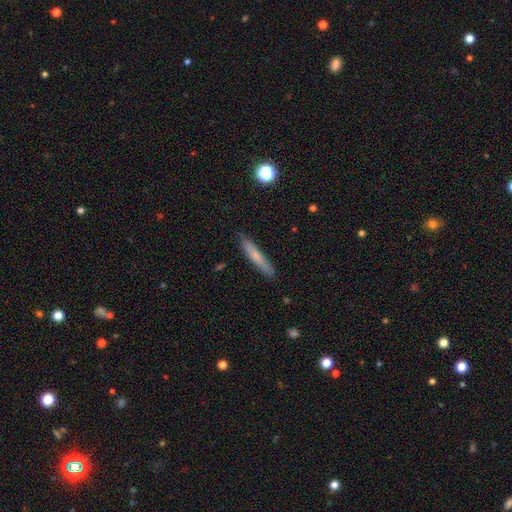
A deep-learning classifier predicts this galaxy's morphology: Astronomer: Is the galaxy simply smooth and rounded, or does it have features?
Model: smooth — 66%.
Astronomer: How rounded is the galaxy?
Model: cigar-shaped — 92%.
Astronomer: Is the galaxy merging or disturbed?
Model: none — 86%.